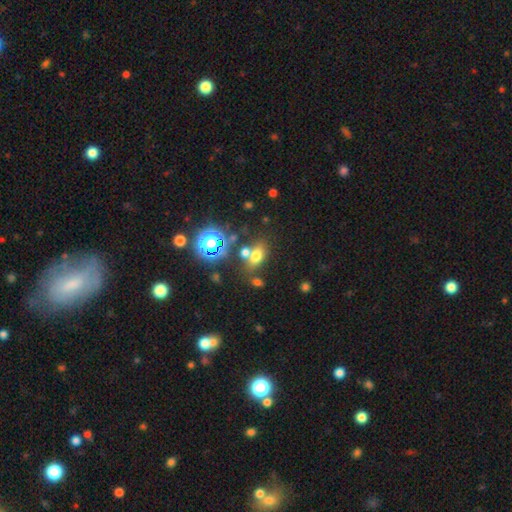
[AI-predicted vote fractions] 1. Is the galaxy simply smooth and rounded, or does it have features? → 65% smooth, 23% star or artifact, 12% featured or disk.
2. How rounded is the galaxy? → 69% in between, 28% round, 3% cigar-shaped.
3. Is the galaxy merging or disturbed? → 58% none, 24% merger, 12% minor disturbance, 6% major disturbance.